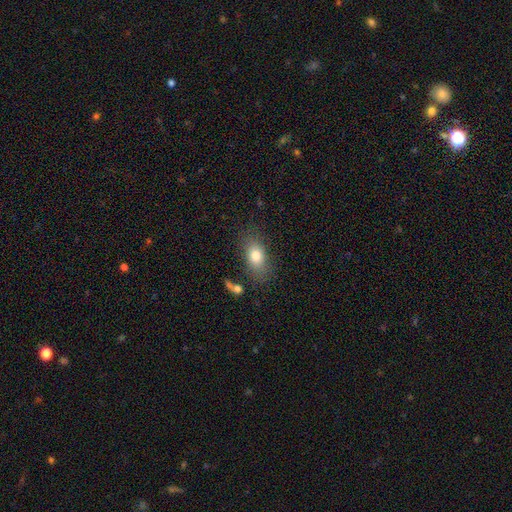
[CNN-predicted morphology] smooth-or-featured: smooth: 78% | featured or disk: 13% | star or artifact: 9%
  how-rounded: in between: 83% | round: 13% | cigar-shaped: 4%
  merging: none: 74% | minor disturbance: 15% | major disturbance: 6% | merger: 4%